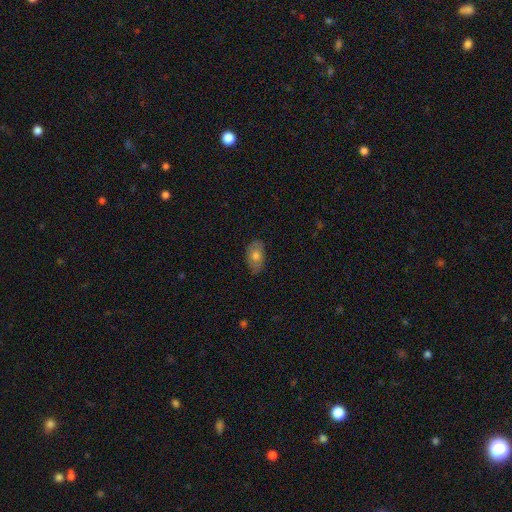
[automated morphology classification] A smooth galaxy with no disk features (70%) that is in between round and cigar-shaped (89%). Merging: none (78%).